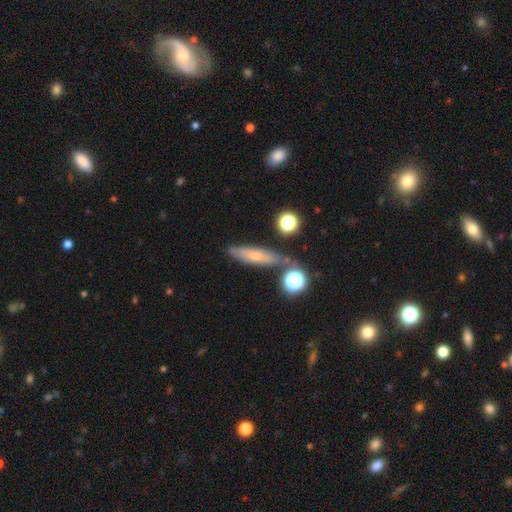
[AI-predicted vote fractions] Morphology: type=smooth (54%); roundness=cigar-shaped (68%); merging=none (72%).